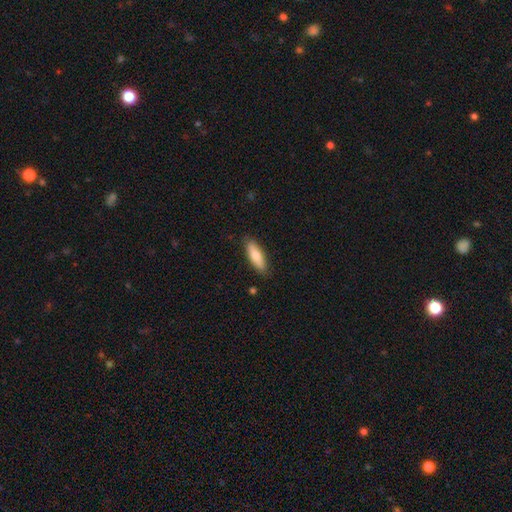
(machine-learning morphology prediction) Overall: smooth (79%). How rounded: cigar-shaped (50%; in between 48%). Merging: none (86%).